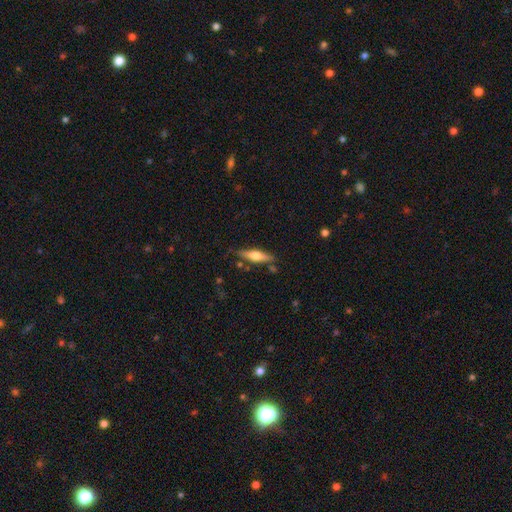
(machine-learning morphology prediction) Q: Smooth or featured?
A: smooth (48%); runner-up: featured or disk (47%)
Q: Merging?
A: none (78%); runner-up: minor disturbance (14%)